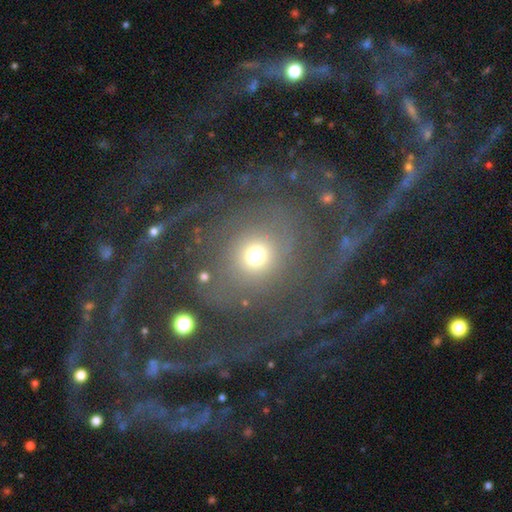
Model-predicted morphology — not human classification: This appears to be a smooth galaxy with no disk features (55%) that is round (79%). Merging: none (66%).